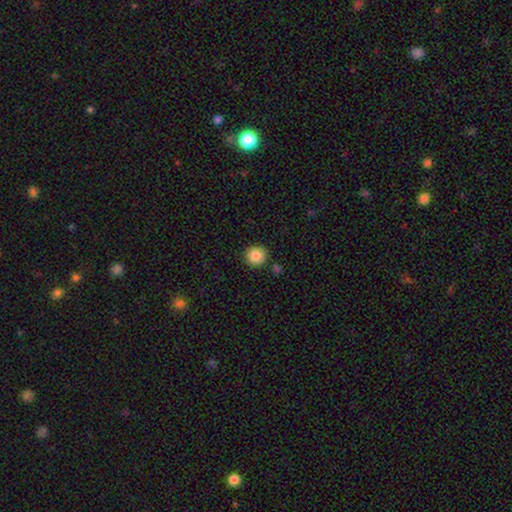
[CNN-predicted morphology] smooth-or-featured: smooth: 87% | star or artifact: 9% | featured or disk: 4%
  how-rounded: round: 93% | in between: 6% | cigar-shaped: 1%
  merging: none: 88% | minor disturbance: 7% | merger: 3% | major disturbance: 2%